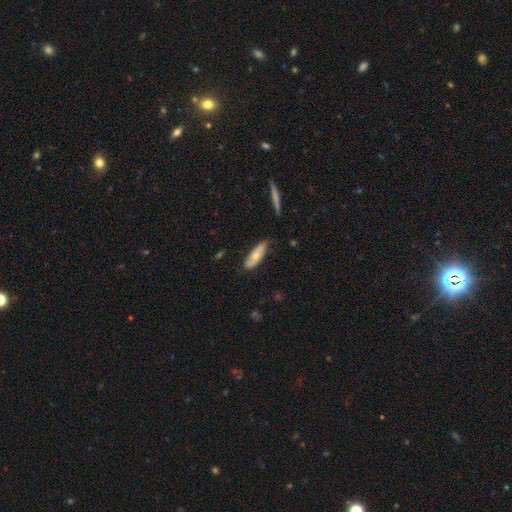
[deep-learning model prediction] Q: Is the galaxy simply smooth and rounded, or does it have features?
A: smooth — 60%.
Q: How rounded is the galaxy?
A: in between — 59%.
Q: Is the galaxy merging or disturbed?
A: none — 67%.